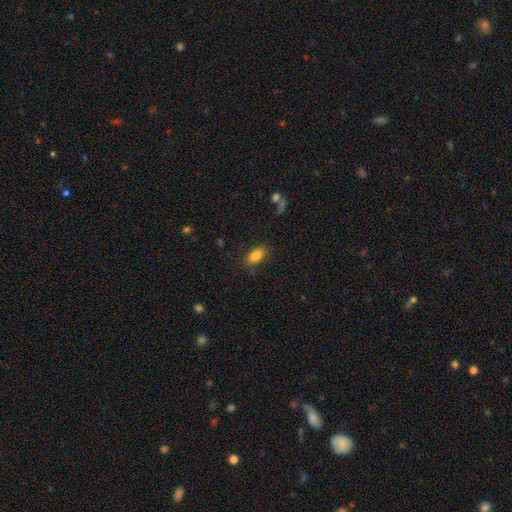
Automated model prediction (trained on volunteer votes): Morphology: type=smooth (83%); roundness=in between (89%); merging=none (75%).